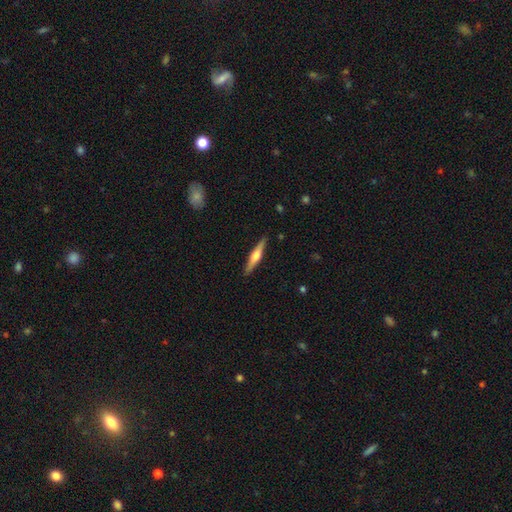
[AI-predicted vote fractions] A featured or disk galaxy (60%) viewed edge-on (97%) with a rounded central bulge (85%). Merging: none (90%).